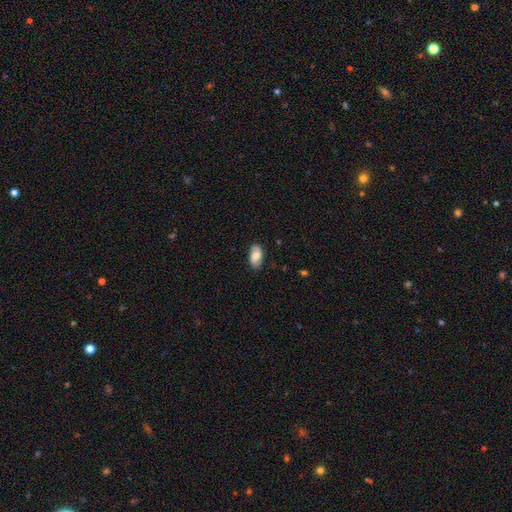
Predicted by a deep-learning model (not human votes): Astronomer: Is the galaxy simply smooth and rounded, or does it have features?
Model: smooth — 65%.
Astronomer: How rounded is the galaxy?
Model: in between — 93%.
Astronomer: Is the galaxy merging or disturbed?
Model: none — 82%.